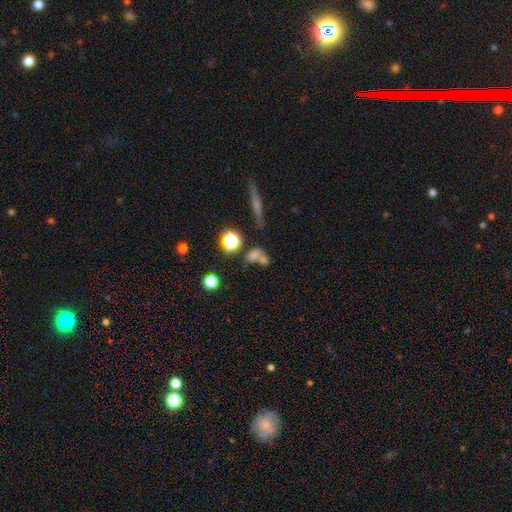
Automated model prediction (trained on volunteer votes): A smooth galaxy with no disk features (64%) that is in between round and cigar-shaped (53%). Merging: merger (49%).